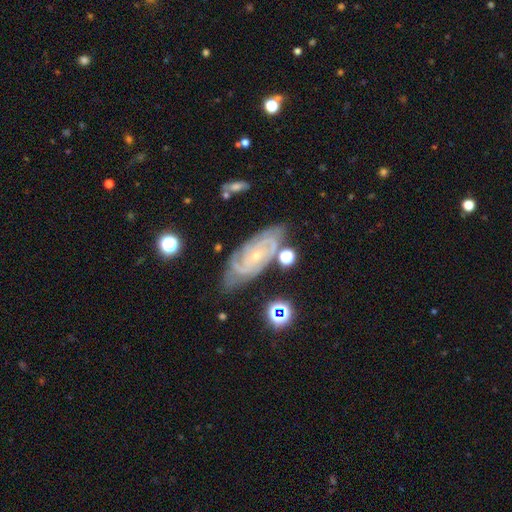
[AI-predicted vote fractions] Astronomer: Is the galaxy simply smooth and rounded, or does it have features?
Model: featured or disk — 84%.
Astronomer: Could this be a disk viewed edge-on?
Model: no — 93%.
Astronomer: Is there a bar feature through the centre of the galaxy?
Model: no — 69%.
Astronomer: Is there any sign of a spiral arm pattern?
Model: yes — 96%.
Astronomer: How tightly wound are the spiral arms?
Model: tight — 73%.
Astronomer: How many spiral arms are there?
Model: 2 — 33% (runner-up: can't tell, 27%).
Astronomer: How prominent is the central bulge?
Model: small — 76%.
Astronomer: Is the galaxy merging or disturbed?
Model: none — 70%.